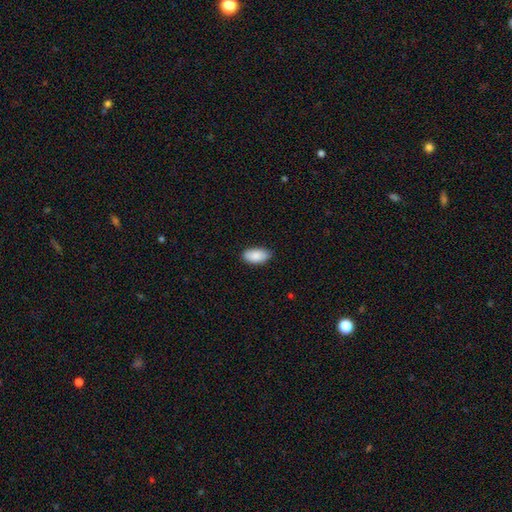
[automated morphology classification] The model was most divided on "merging": none: 85%, minor disturbance: 12%, major disturbance: 2%, merger: 1%. More confident: how rounded — in between (95%); smooth or featured — smooth (89%).